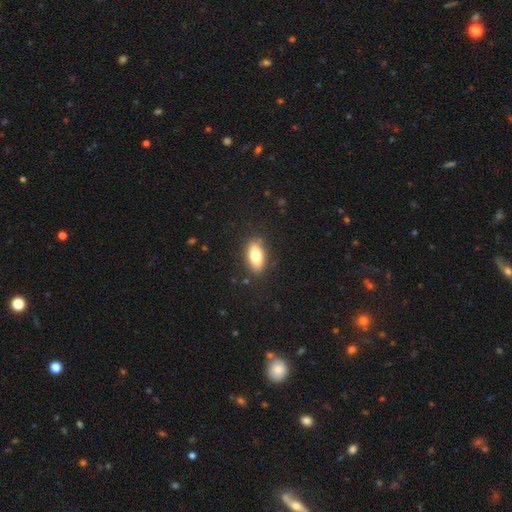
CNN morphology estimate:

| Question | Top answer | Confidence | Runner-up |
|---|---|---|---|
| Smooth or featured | smooth | 75% | featured or disk (18%) |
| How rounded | in between | 86% | cigar-shaped (10%) |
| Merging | none | 85% | minor disturbance (11%) |